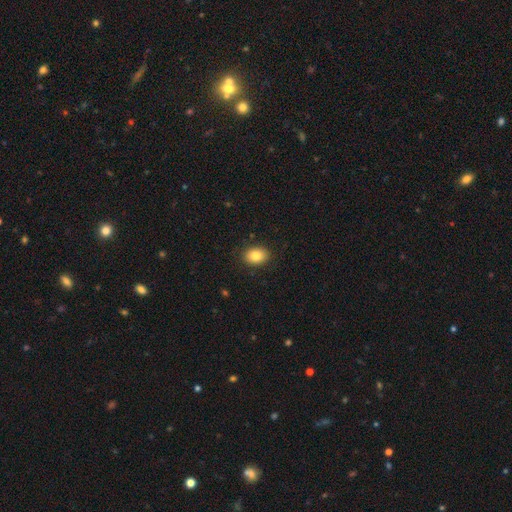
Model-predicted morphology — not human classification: smooth_or_featured: smooth (p=0.83) [alt: star or artifact p=0.09]
how_rounded: in between (p=0.66) [alt: round p=0.33]
merging: none (p=0.89) [alt: minor disturbance p=0.08]